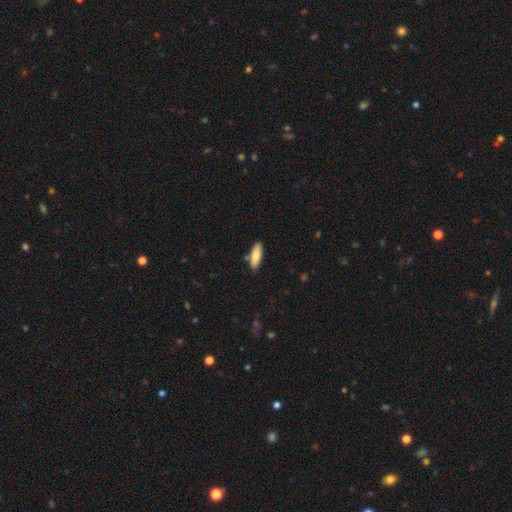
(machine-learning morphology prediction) A smooth galaxy with no disk features (83%) that is in between round and cigar-shaped (65%). Merging: none (84%).